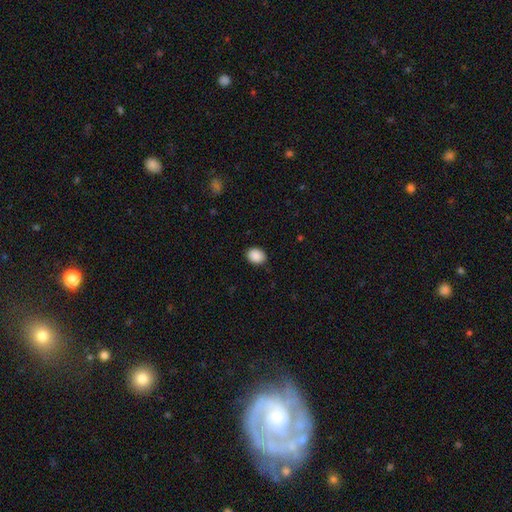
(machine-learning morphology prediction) Overall: smooth (90%). How rounded: in between (57%; round 42%). Merging: none (86%).